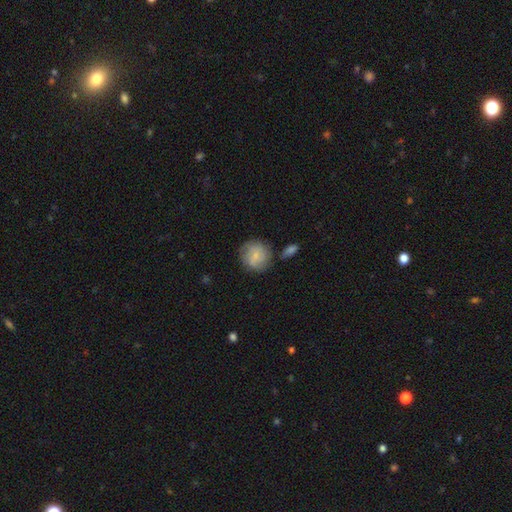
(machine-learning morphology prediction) smooth 70%, featured or disk 23%, star or artifact 7%. Down the decision tree: how rounded — round (87%); merging — none (69%).